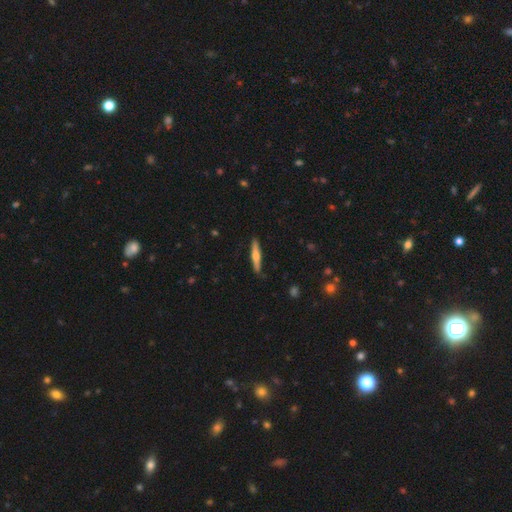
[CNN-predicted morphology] Q: Smooth or featured?
A: featured or disk (48%); runner-up: smooth (47%)
Q: Merging?
A: none (88%); runner-up: minor disturbance (9%)